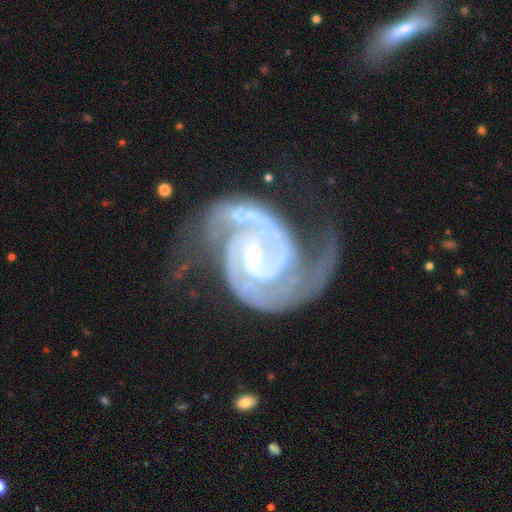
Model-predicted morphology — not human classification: featured or disk 94%, star or artifact 4%, smooth 2%. Down the decision tree: edge-on disk — no (98%); bar — weak (47%); spiral arms — yes (99%); spiral arm count — 2 (87%); spiral winding — tight (47%); bulge size — small (73%); merging — none (53%).